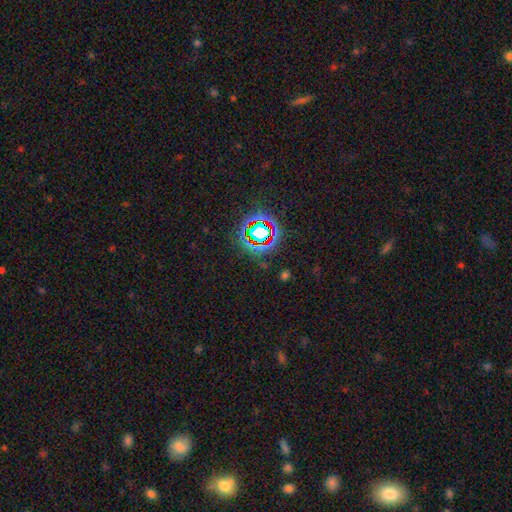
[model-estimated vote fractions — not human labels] Overall: star or artifact (75%).